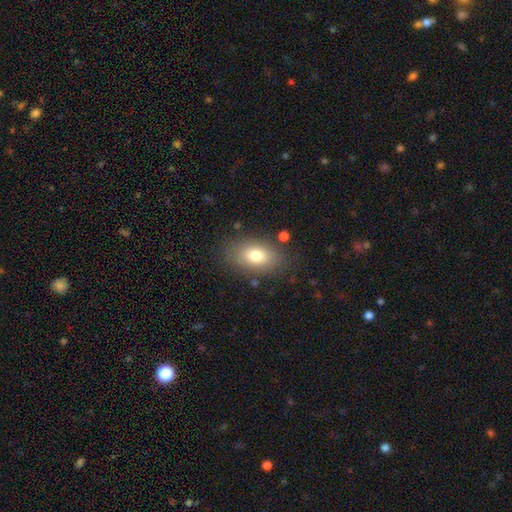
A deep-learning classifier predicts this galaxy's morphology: A smooth galaxy with no disk features (77%) that is in between round and cigar-shaped (87%). Merging: none (81%).